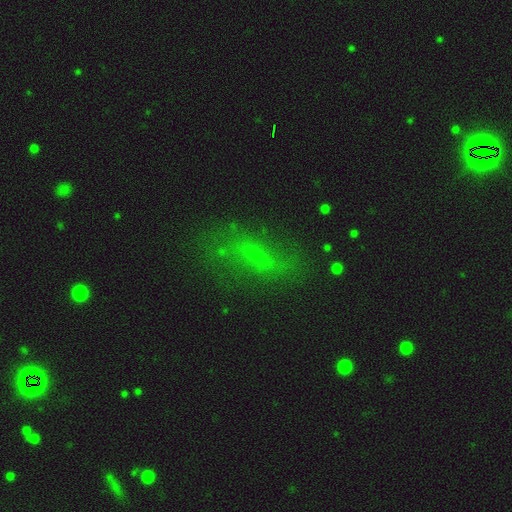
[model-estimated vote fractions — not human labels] Smooth or featured?
  - smooth: 47% *
  - featured or disk: 33%
  - star or artifact: 20%
Merging?
  - none: 65% *
  - minor disturbance: 20%
  - major disturbance: 13%
  - merger: 2%